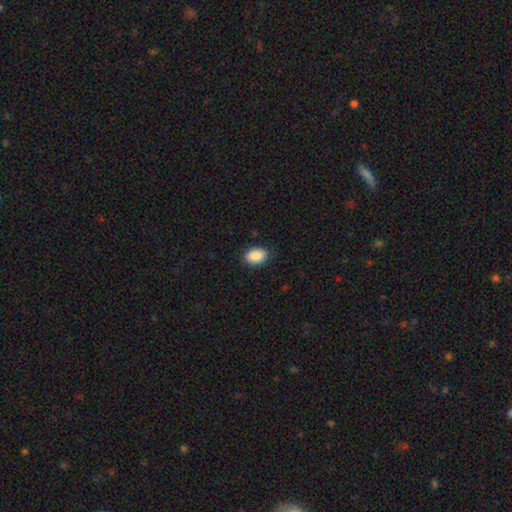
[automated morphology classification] smooth-or-featured: smooth: 89% | star or artifact: 7% | featured or disk: 4%
  how-rounded: in between: 86% | round: 13% | cigar-shaped: 1%
  merging: none: 85% | minor disturbance: 12% | major disturbance: 2% | merger: 1%